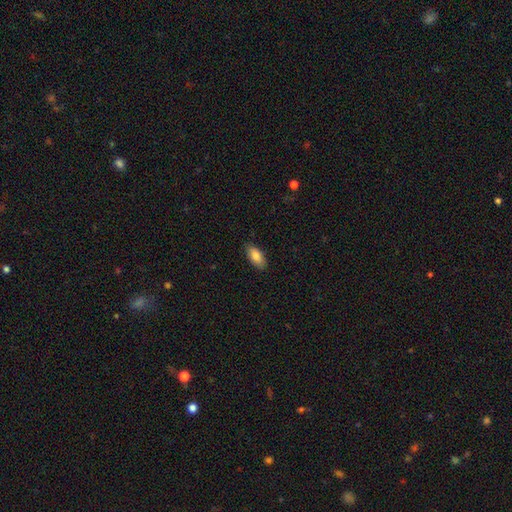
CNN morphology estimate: Smooth or featured? Predicted: smooth (p=0.85). How rounded? Predicted: in between (p=0.91). Merging? Predicted: none (p=0.87).